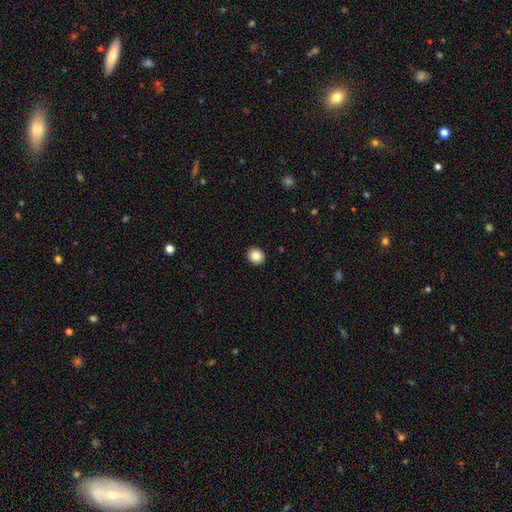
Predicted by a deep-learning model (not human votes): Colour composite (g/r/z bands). It shows a smooth galaxy with no disk features (85%) that is round (78%). Merging: none (93%).